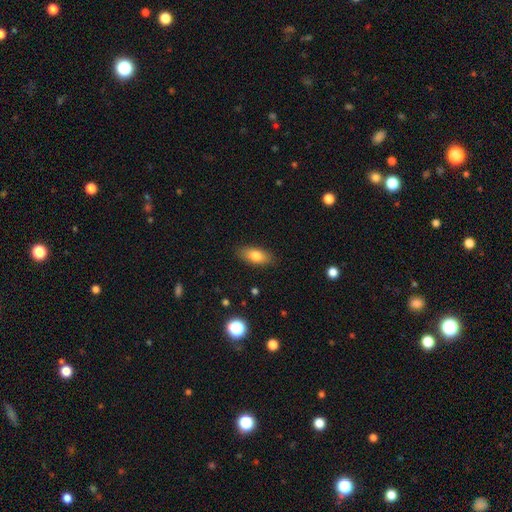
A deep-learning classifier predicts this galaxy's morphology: Smooth or featured? smooth (80%)
How rounded? in between (85%)
Merging? none (86%)